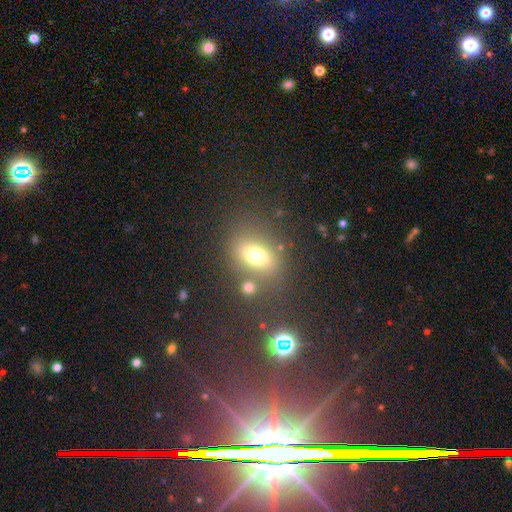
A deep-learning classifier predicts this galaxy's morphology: The model was most divided on "how rounded": in between: 65%, round: 32%, cigar-shaped: 3%. More confident: smooth or featured — smooth (71%); merging — none (66%).